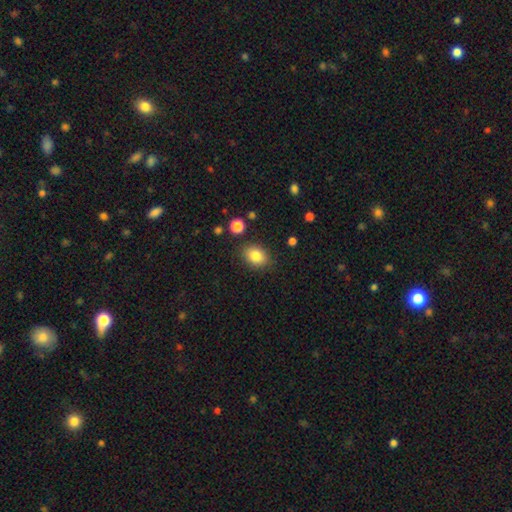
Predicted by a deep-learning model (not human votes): smooth 84%, star or artifact 9%, featured or disk 7%. Down the decision tree: how rounded — in between (68%); merging — none (84%).